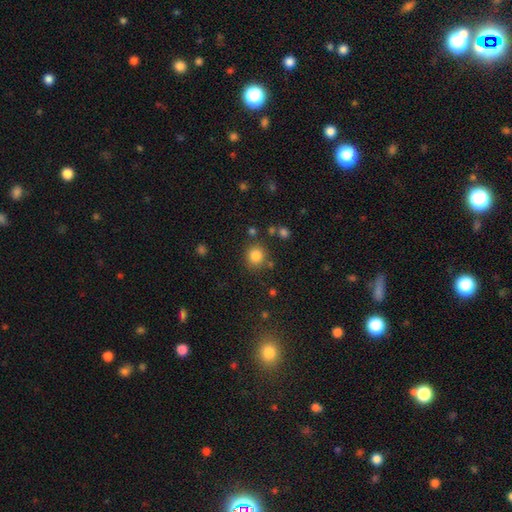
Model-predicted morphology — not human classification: Smooth or featured?
  - smooth: 83% *
  - star or artifact: 12%
  - featured or disk: 5%
How rounded?
  - round: 88% *
  - in between: 11%
  - cigar-shaped: 1%
Merging?
  - none: 82% *
  - minor disturbance: 9%
  - merger: 5%
  - major disturbance: 4%